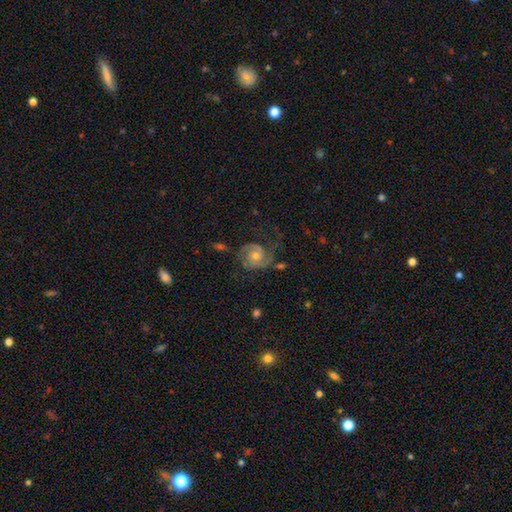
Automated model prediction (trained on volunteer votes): Smooth or featured? Predicted: featured or disk (p=0.86). Edge-on disk? Predicted: no (p=0.98). Bar? Predicted: no (p=0.71). Spiral arms? Predicted: yes (p=0.97). Spiral winding? Predicted: medium (p=0.44). Spiral arm count? Predicted: 2 (p=0.83). Bulge size? Predicted: moderate (p=0.55). Merging? Predicted: none (p=0.65).